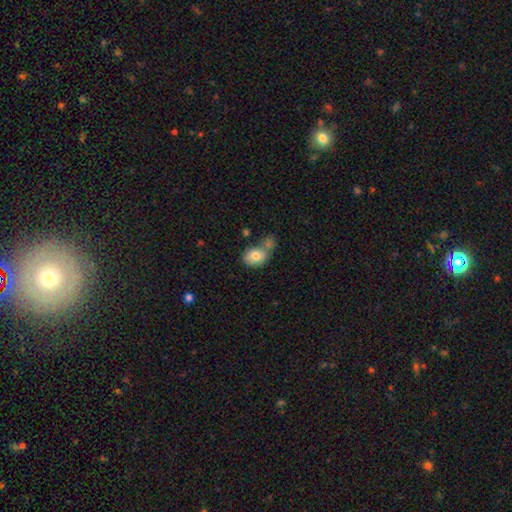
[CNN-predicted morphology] This appears to be a smooth galaxy with no disk features (78%) that is in between round and cigar-shaped (65%). Merging: merger (43%).